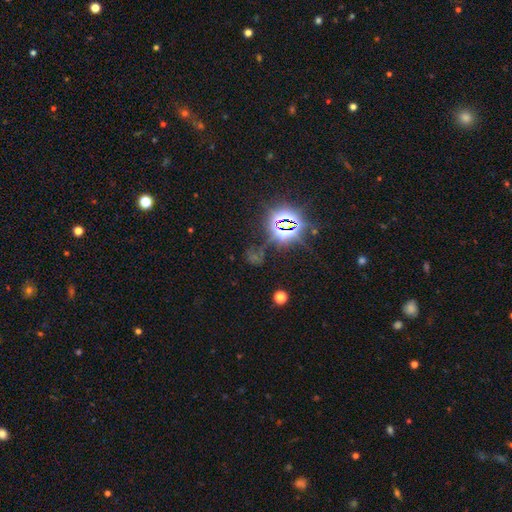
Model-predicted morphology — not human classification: smooth-or-featured: star or artifact: 76% | smooth: 15% | featured or disk: 10%